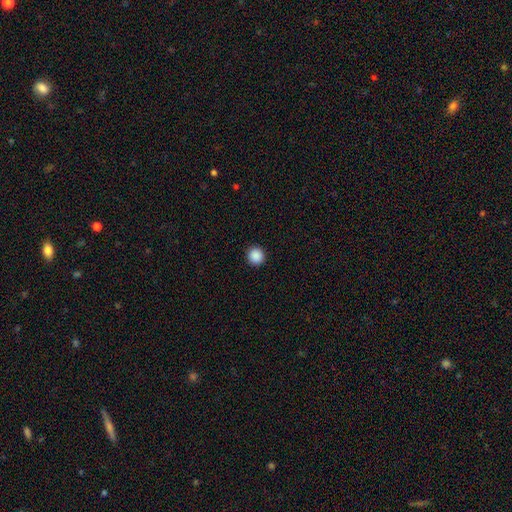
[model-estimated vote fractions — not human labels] This is clearly a smooth galaxy (89%). How rounded: clearly round (93%). Merging: clearly none (93%).